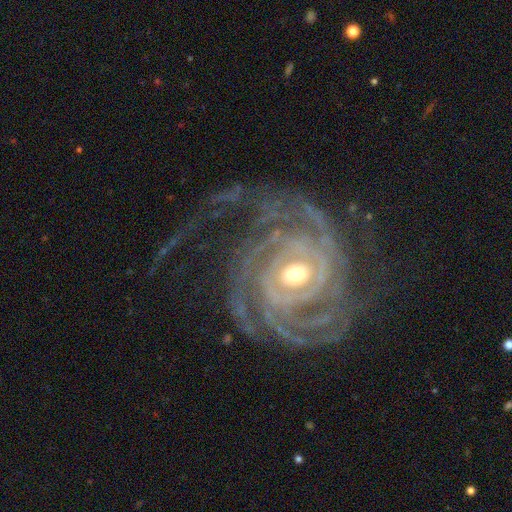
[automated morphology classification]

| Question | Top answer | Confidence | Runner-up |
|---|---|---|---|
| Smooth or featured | featured or disk | 92% | star or artifact (5%) |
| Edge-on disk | no | 97% | yes (3%) |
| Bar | no | 36% | weak (33%) |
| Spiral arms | yes | 99% | no (1%) |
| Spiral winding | tight | 78% | medium (18%) |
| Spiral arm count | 4 | 22% | 3 (21%) |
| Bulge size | moderate | 62% | small (32%) |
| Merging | none | 66% | minor disturbance (17%) |